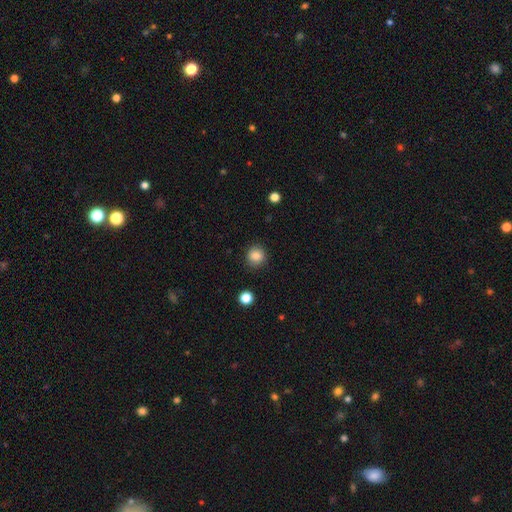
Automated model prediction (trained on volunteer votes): smooth 85%, star or artifact 10%, featured or disk 4%. Down the decision tree: how rounded — round (88%); merging — none (88%).